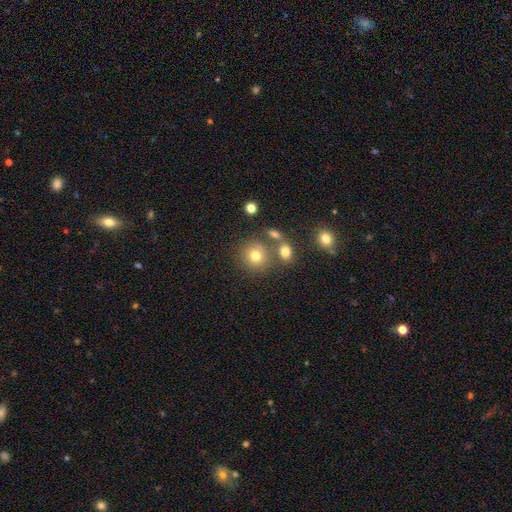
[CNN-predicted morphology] Q: Smooth or featured?
A: smooth (75%); runner-up: star or artifact (14%)
Q: How rounded?
A: round (87%); runner-up: in between (12%)
Q: Merging?
A: none (68%); runner-up: merger (17%)